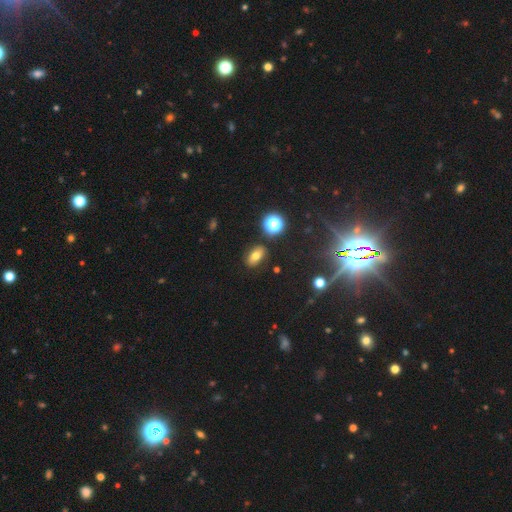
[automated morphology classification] A smooth galaxy with no disk features (68%) that is in between round and cigar-shaped (82%).

Vote fractions:
- Smooth or featured? smooth: 68% / star or artifact: 18% / featured or disk: 14%
- How rounded? in between: 82% / round: 13% / cigar-shaped: 5%
- Merging? none: 86% / minor disturbance: 9% / merger: 3% / major disturbance: 3%